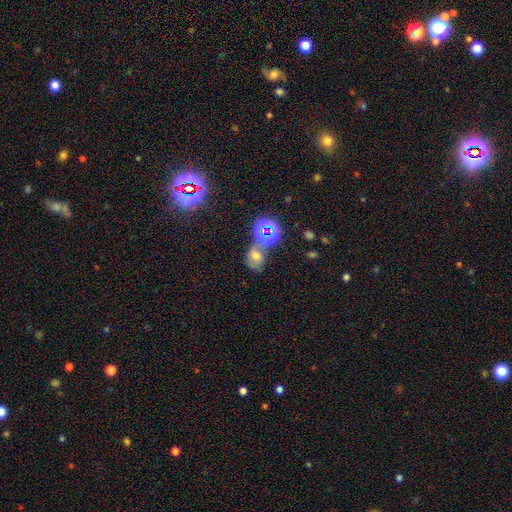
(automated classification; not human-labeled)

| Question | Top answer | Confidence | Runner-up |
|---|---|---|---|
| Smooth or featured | star or artifact | 41% | smooth (39%) |